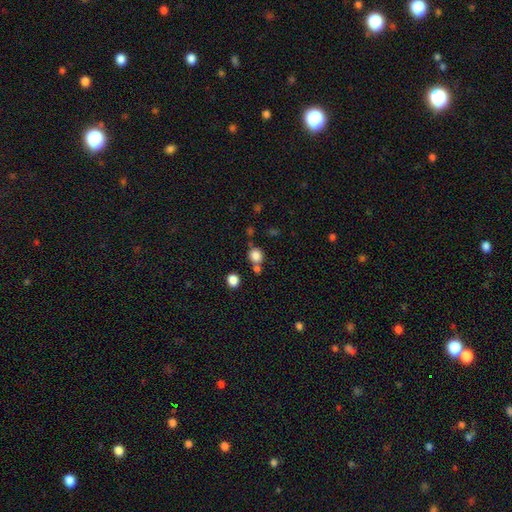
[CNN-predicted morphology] A smooth galaxy with no disk features (83%) that is round (86%).

Vote fractions:
- Smooth or featured? smooth: 83% / star or artifact: 12% / featured or disk: 6%
- How rounded? round: 86% / in between: 13% / cigar-shaped: 1%
- Merging? none: 65% / merger: 20% / minor disturbance: 11% / major disturbance: 4%